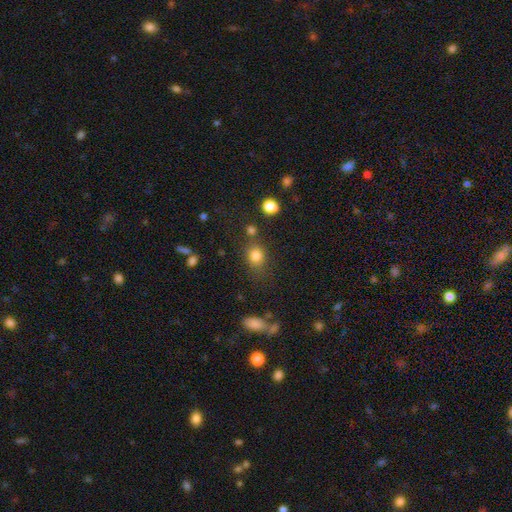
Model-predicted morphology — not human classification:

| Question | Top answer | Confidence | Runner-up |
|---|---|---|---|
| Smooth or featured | smooth | 81% | star or artifact (12%) |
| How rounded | round | 58% | in between (41%) |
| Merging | none | 68% | minor disturbance (15%) |